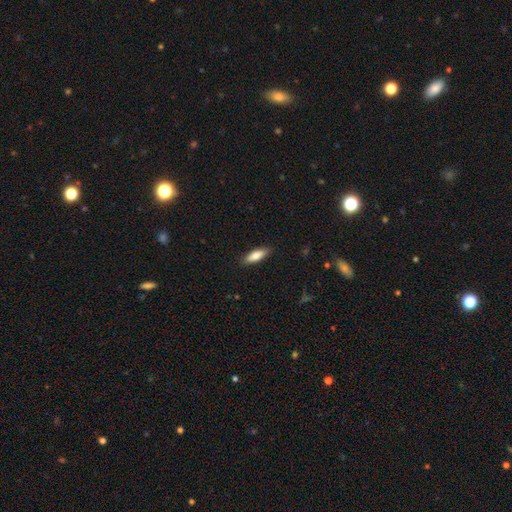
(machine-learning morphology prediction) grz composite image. It shows a smooth galaxy with no disk features (79%) that is in between round and cigar-shaped (53%). Merging: none (86%).